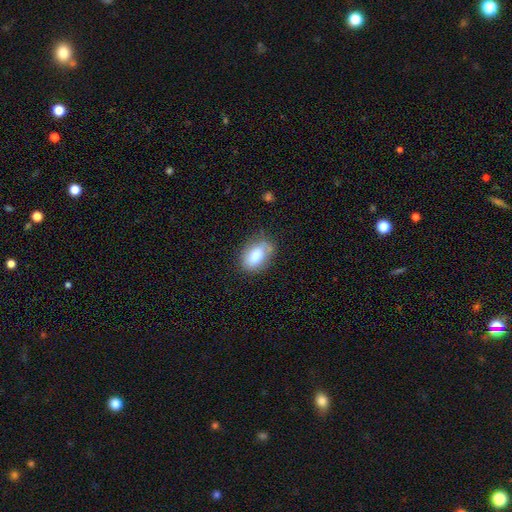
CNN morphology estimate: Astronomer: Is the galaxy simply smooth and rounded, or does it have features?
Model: smooth — 75%.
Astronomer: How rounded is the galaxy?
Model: in between — 87%.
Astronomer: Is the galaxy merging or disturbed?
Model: none — 62%.